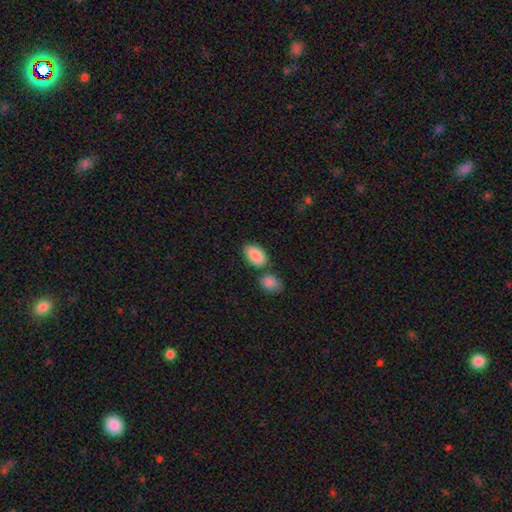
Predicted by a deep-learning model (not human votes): Smooth or featured? smooth (89%)
How rounded? in between (94%)
Merging? none (62%)